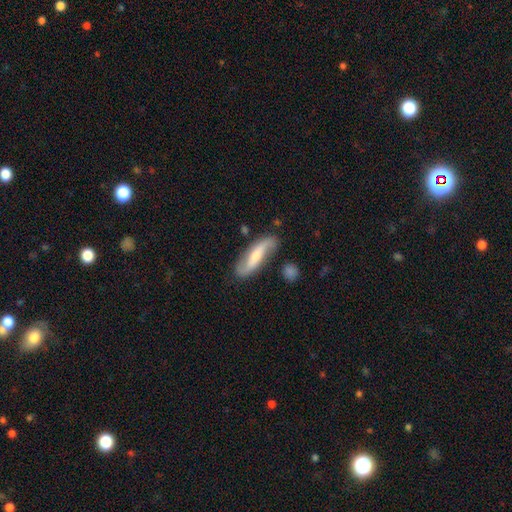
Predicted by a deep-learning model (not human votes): Q: Smooth or featured?
A: featured or disk (66%); runner-up: smooth (28%)
Q: Edge-on disk?
A: no (83%); runner-up: yes (17%)
Q: Bar?
A: no (35%); runner-up: weak (34%)
Q: Spiral arms?
A: yes (91%); runner-up: no (9%)
Q: Spiral winding?
A: loose (65%); runner-up: medium (25%)
Q: Spiral arm count?
A: 2 (90%); runner-up: can't tell (4%)
Q: Bulge size?
A: moderate (47%); runner-up: small (39%)
Q: Merging?
A: none (77%); runner-up: minor disturbance (15%)